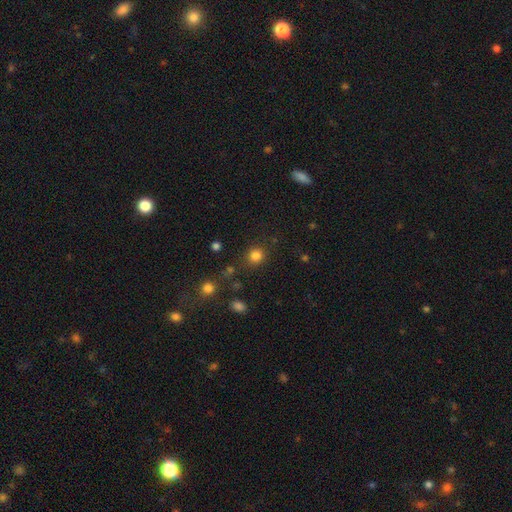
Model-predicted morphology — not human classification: A smooth galaxy with no disk features (82%) that is round (88%). Merging: none (85%).